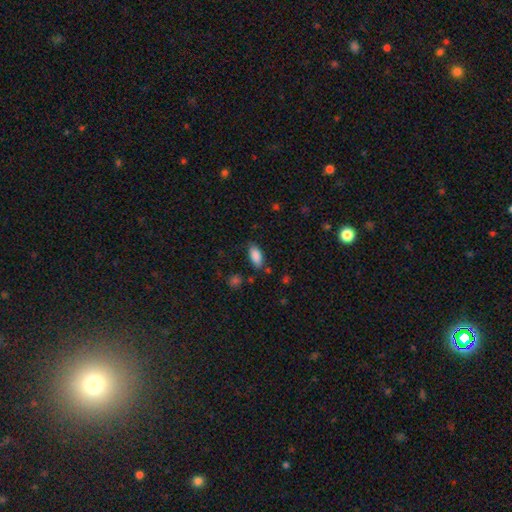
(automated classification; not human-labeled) Smooth or featured? Predicted: smooth (p=0.87). How rounded? Predicted: in between (p=0.90). Merging? Predicted: none (p=0.77).